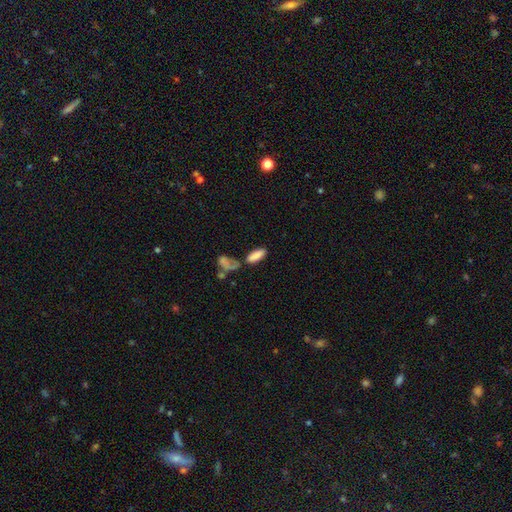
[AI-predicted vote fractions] This appears to be a smooth galaxy with no disk features (80%) that is in between round and cigar-shaped (72%). Merging: none (43%).